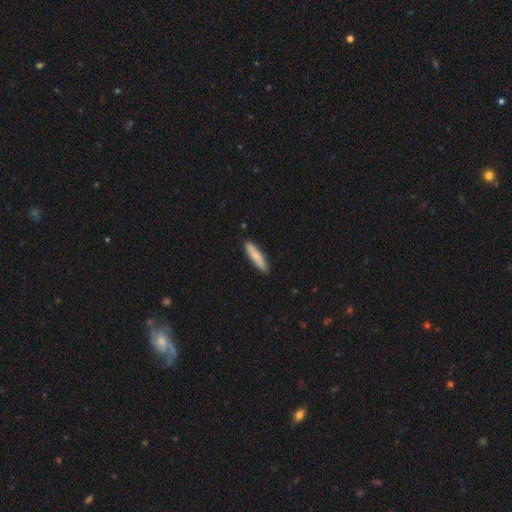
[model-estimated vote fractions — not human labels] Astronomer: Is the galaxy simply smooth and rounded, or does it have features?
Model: smooth — 78%.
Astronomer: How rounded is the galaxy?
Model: cigar-shaped — 81%.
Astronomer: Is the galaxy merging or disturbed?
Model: none — 89%.